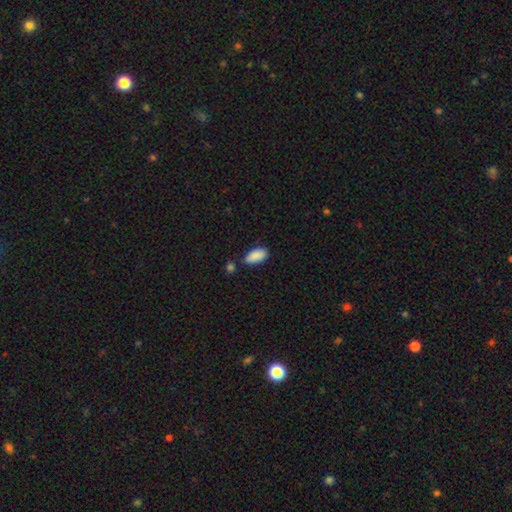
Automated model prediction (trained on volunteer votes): smooth 89%, star or artifact 7%, featured or disk 5%. Down the decision tree: how rounded — in between (89%); merging — none (68%).